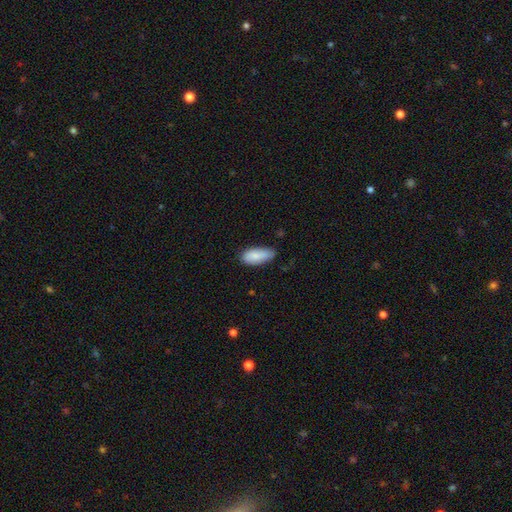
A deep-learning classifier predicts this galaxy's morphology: smooth 84%, featured or disk 10%, star or artifact 6%. Down the decision tree: how rounded — in between (88%); merging — none (71%).